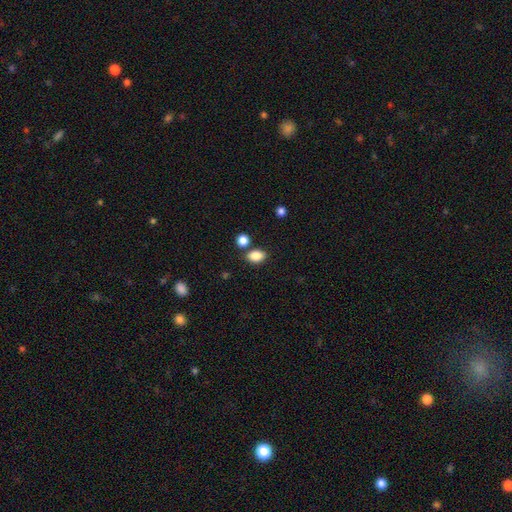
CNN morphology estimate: Smooth or featured? smooth (86%)
How rounded? in between (80%)
Merging? none (74%)